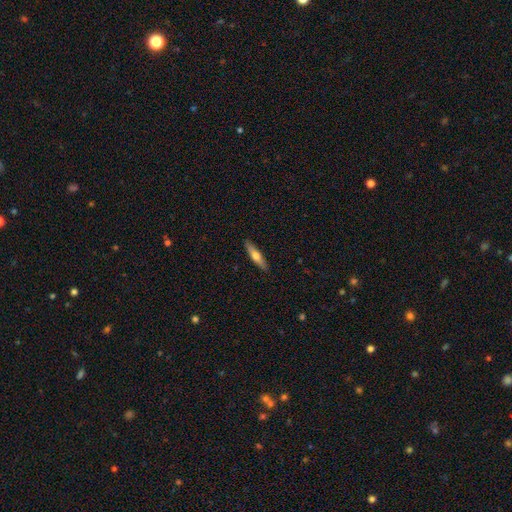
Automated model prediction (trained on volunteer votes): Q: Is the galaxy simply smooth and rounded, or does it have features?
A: smooth — 56%.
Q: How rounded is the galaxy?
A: cigar-shaped — 79%.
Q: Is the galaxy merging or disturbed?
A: none — 90%.